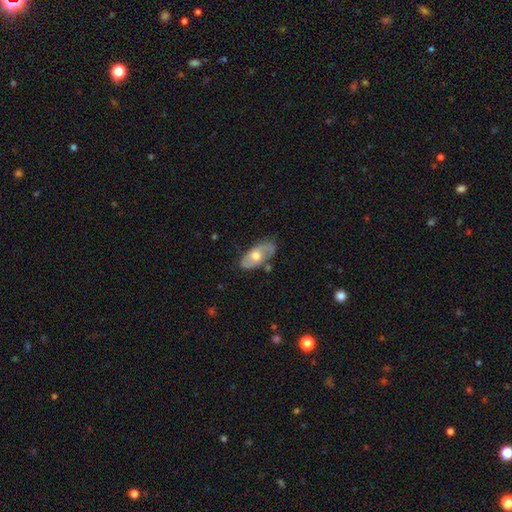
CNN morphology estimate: Smooth or featured? Predicted: featured or disk (p=0.58). Edge-on disk? Predicted: no (p=0.86). Bar? Predicted: no (p=0.74). Spiral arms? Predicted: yes (p=0.63). Bulge size? Predicted: moderate (p=0.74). Merging? Predicted: none (p=0.71).